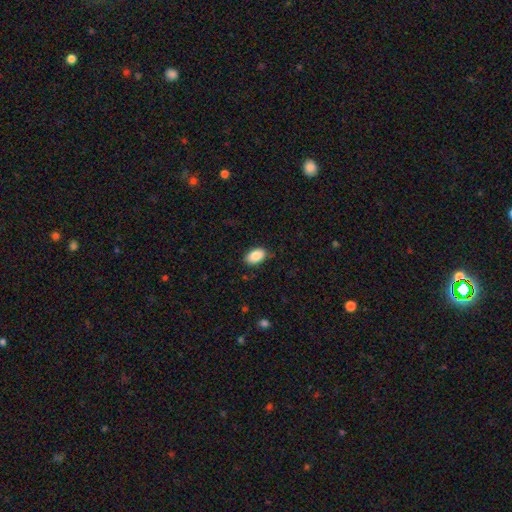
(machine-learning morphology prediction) type=smooth (87%); roundness=in between (92%); merging=none (84%).